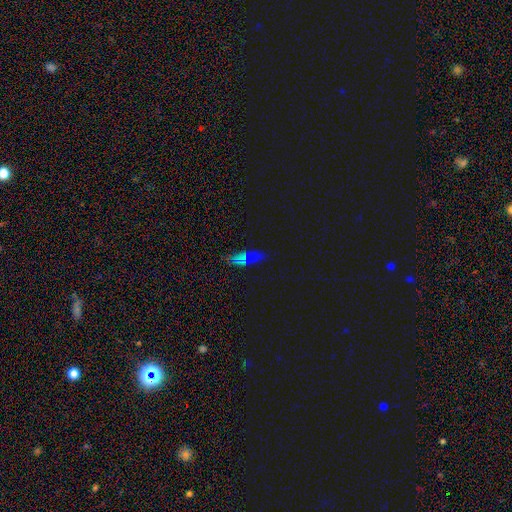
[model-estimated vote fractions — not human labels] star or artifact 39%, smooth 37%, featured or disk 25%.